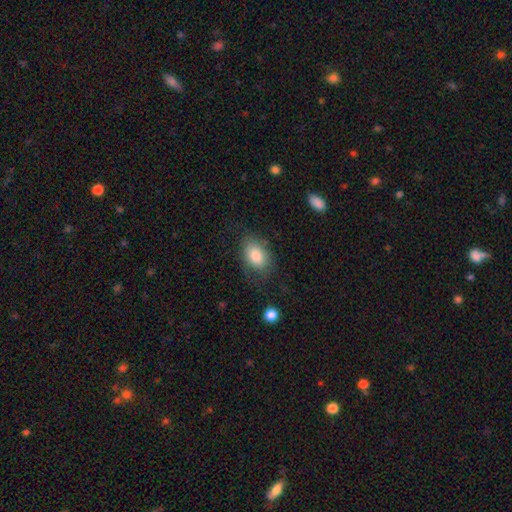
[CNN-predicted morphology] Smooth or featured?
  - smooth: 82% *
  - featured or disk: 11%
  - star or artifact: 8%
How rounded?
  - in between: 85% *
  - round: 13%
  - cigar-shaped: 1%
Merging?
  - none: 70% *
  - minor disturbance: 20%
  - major disturbance: 8%
  - merger: 2%